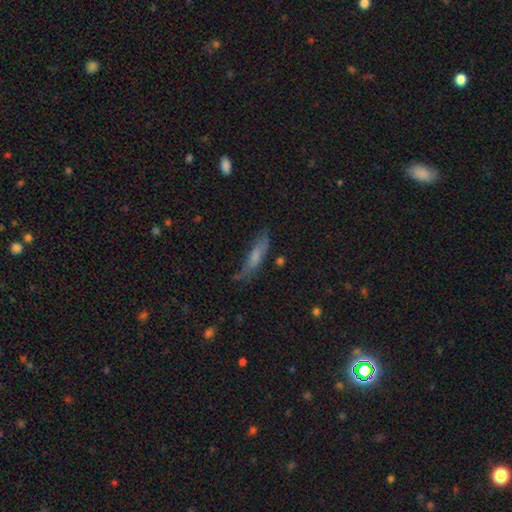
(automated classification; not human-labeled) A smooth galaxy with no disk features (58%) that is cigar-shaped (68%). Merging: none (53%).